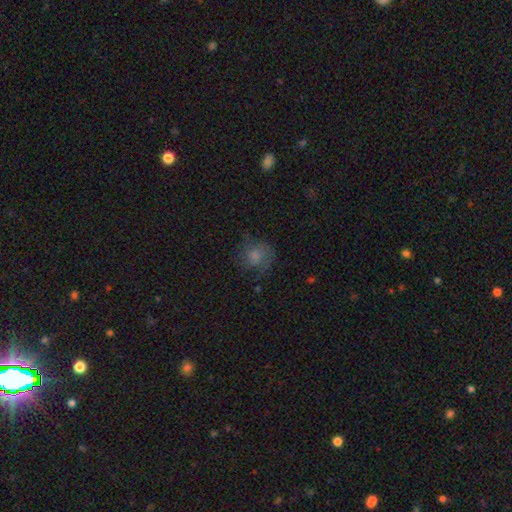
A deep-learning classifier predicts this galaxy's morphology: This is likely a smooth galaxy (67%). How rounded: likely round (80%). Merging: possibly none (59%).